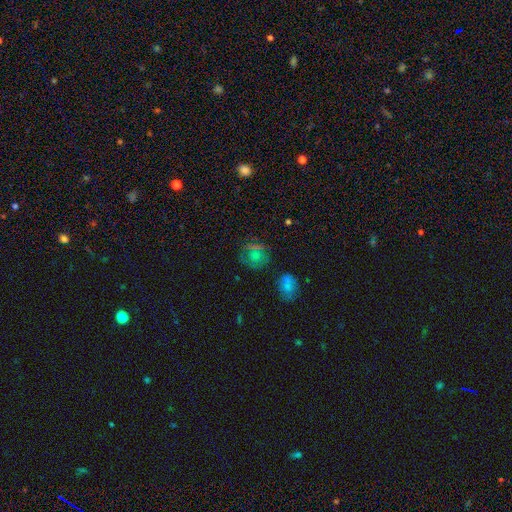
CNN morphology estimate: smooth 61%, star or artifact 24%, featured or disk 15%. Down the decision tree: how rounded — round (83%); merging — none (69%).